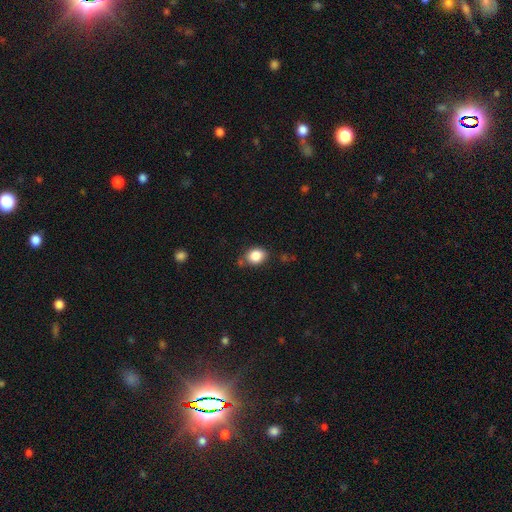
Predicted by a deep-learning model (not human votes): Smooth or featured? smooth (85%)
How rounded? round (52%)
Merging? none (72%)